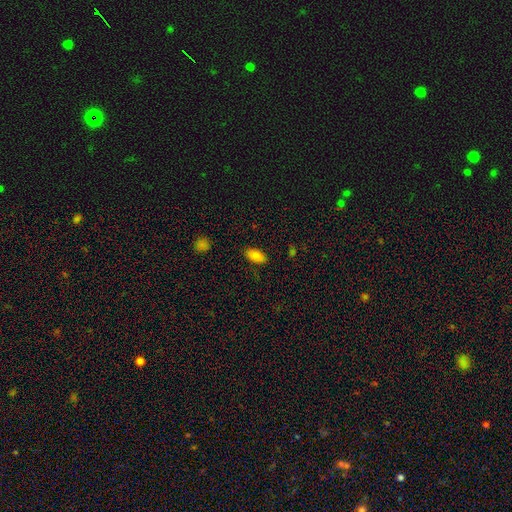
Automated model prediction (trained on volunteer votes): Overall: smooth (84%). How rounded: in between (92%). Merging: none (85%).